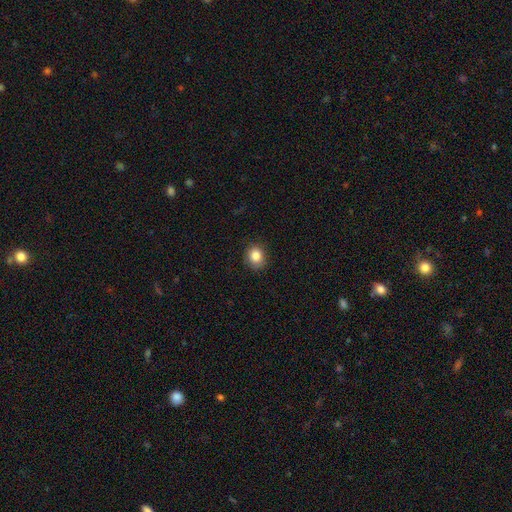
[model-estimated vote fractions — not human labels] smooth-or-featured: smooth: 85% | star or artifact: 10% | featured or disk: 5%
  how-rounded: round: 71% | in between: 28% | cigar-shaped: 1%
  merging: none: 84% | minor disturbance: 12% | major disturbance: 3% | merger: 1%